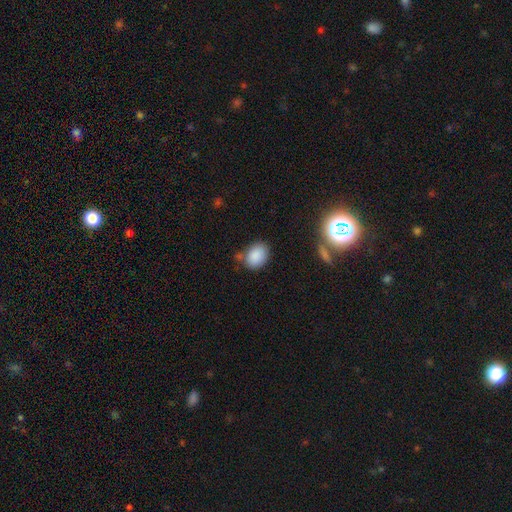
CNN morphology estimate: Smooth or featured? Predicted: smooth (p=0.88). How rounded? Predicted: in between (p=0.70). Merging? Predicted: none (p=0.68).